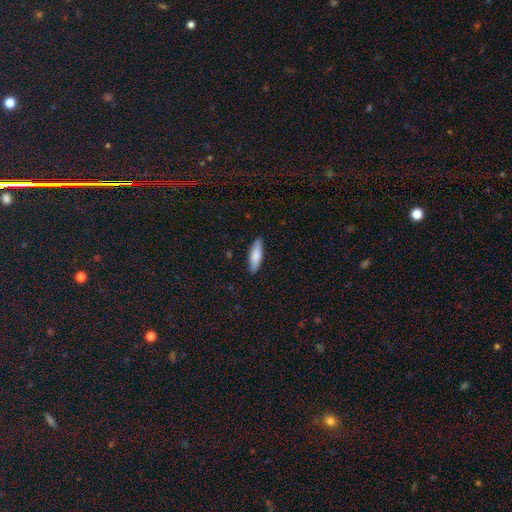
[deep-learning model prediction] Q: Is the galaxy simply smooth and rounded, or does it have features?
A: smooth — 80%.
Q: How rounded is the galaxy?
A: cigar-shaped — 56%.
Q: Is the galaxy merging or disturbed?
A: none — 89%.